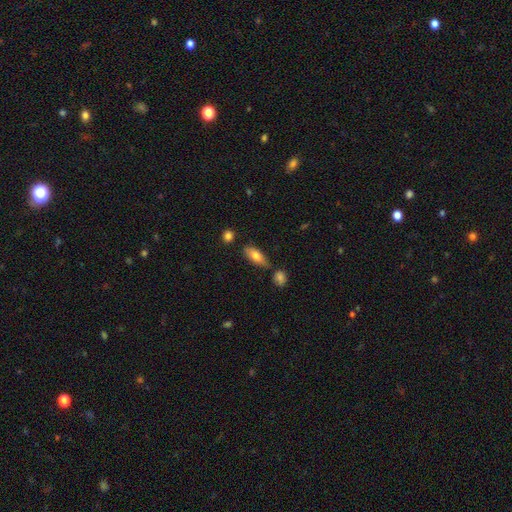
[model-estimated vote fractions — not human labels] Overall: smooth (76%). How rounded: in between (80%). Merging: none (69%).